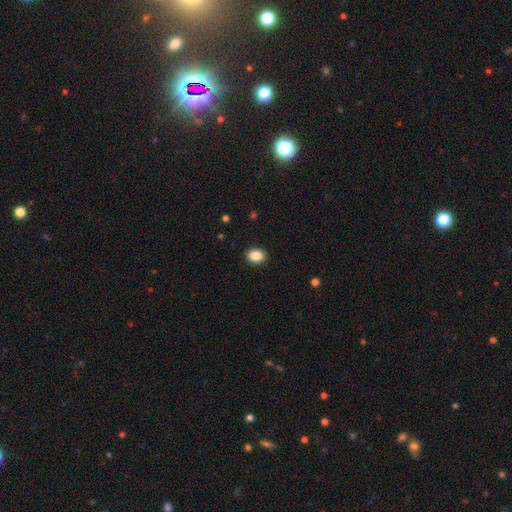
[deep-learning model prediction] smooth_or_featured: smooth (p=0.88) [alt: star or artifact p=0.08]
how_rounded: in between (p=0.66) [alt: round p=0.33]
merging: none (p=0.91) [alt: minor disturbance p=0.06]